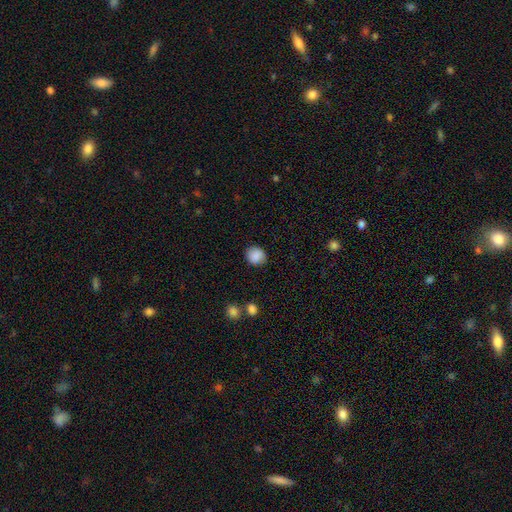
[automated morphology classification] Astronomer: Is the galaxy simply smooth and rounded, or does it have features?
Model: smooth — 86%.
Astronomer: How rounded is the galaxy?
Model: round — 83%.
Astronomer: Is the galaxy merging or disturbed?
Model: none — 87%.